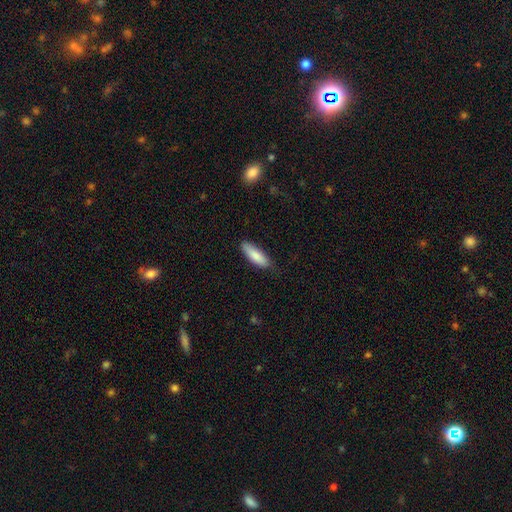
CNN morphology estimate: A smooth galaxy with no disk features (84%) that is in between round and cigar-shaped (56%).

Vote fractions:
- Smooth or featured? smooth: 84% / featured or disk: 11% / star or artifact: 5%
- How rounded? in between: 56% / cigar-shaped: 43% / round: 2%
- Merging? none: 80% / minor disturbance: 16% / major disturbance: 3% / merger: 1%